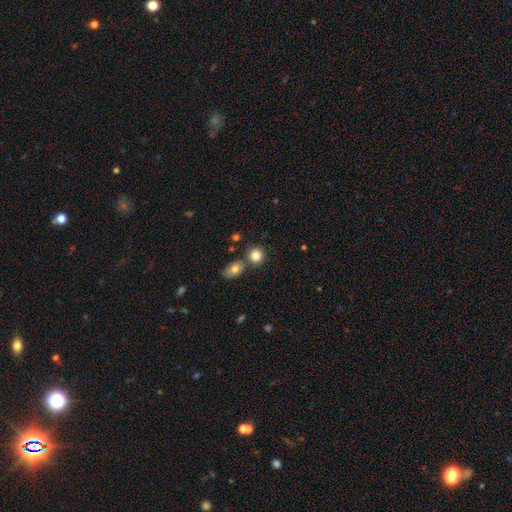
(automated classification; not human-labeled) A smooth galaxy with no disk features (82%) that is round (78%).

Vote fractions:
- Smooth or featured? smooth: 82% / star or artifact: 10% / featured or disk: 9%
- How rounded? round: 78% / in between: 21% / cigar-shaped: 1%
- Merging? none: 62% / merger: 25% / minor disturbance: 9% / major disturbance: 3%